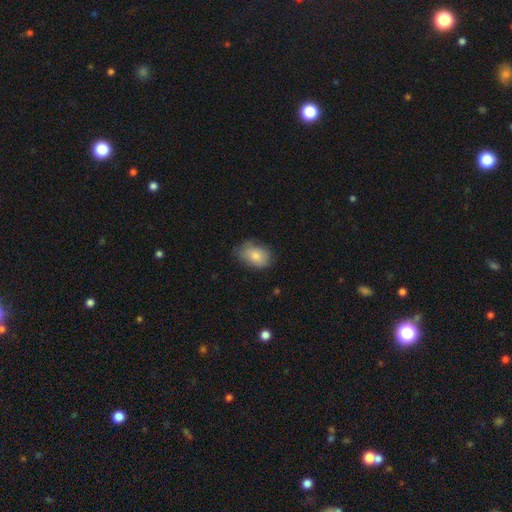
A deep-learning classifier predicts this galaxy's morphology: smooth_or_featured: smooth (p=0.80) [alt: featured or disk p=0.13]
how_rounded: in between (p=0.82) [alt: round p=0.17]
merging: none (p=0.63) [alt: minor disturbance p=0.29]